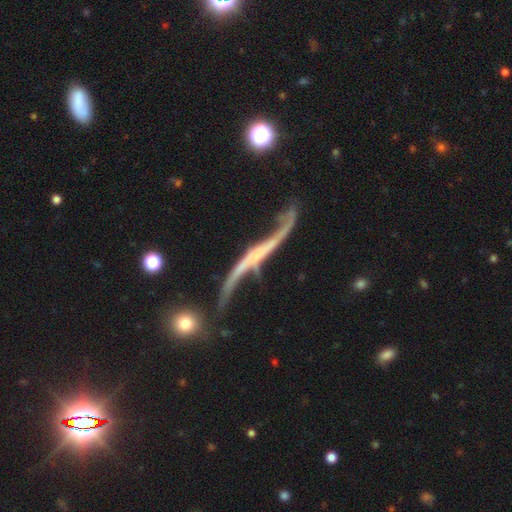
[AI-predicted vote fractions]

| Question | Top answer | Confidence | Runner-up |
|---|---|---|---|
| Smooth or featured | featured or disk | 85% | smooth (8%) |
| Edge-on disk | no | 63% | yes (37%) |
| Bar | no | 45% | strong (28%) |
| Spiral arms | yes | 89% | no (11%) |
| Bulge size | none | 45% | small (42%) |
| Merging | none | 47% | minor disturbance (22%) |